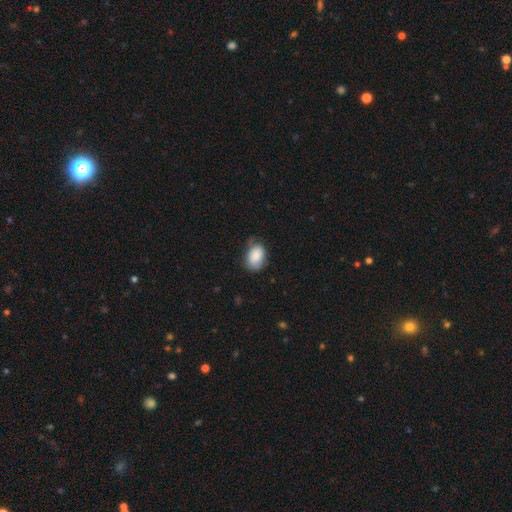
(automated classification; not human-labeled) This appears to be a smooth galaxy with no disk features (85%) that is in between round and cigar-shaped (82%). Merging: none (58%).